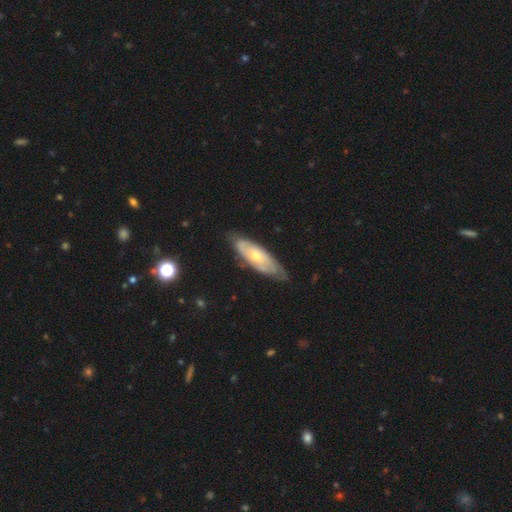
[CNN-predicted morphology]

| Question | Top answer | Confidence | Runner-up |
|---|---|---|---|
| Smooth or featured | featured or disk | 64% | smooth (31%) |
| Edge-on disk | no | 76% | yes (24%) |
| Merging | none | 71% | minor disturbance (23%) |